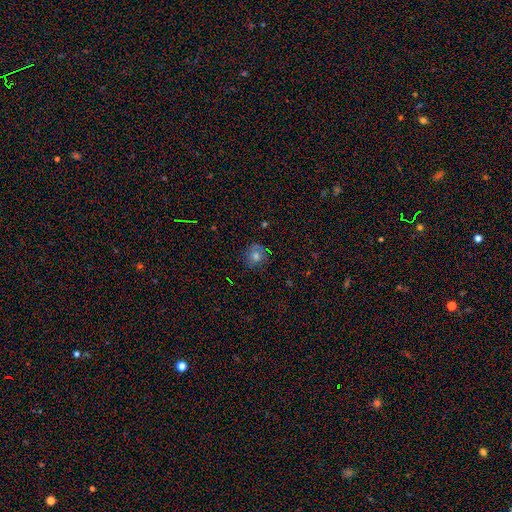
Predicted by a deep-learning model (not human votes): A smooth galaxy with no disk features (62%) that is round (83%). Merging: none (78%).